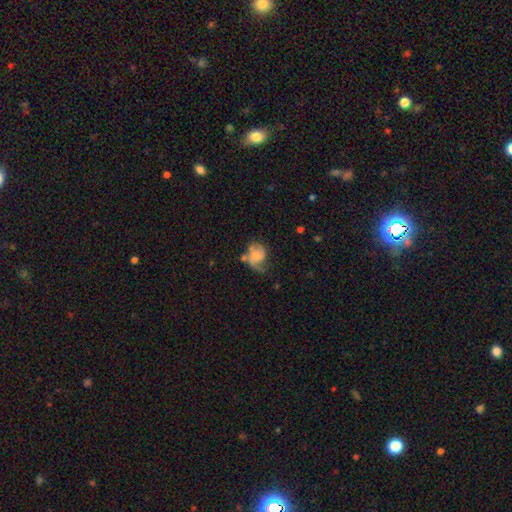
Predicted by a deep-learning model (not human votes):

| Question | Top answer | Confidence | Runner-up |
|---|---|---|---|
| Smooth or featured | featured or disk | 54% | smooth (37%) |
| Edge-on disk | no | 97% | yes (3%) |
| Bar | no | 71% | weak (24%) |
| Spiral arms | yes | 82% | no (18%) |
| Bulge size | small | 35% | none (32%) |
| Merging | none | 36% | minor disturbance (28%) |